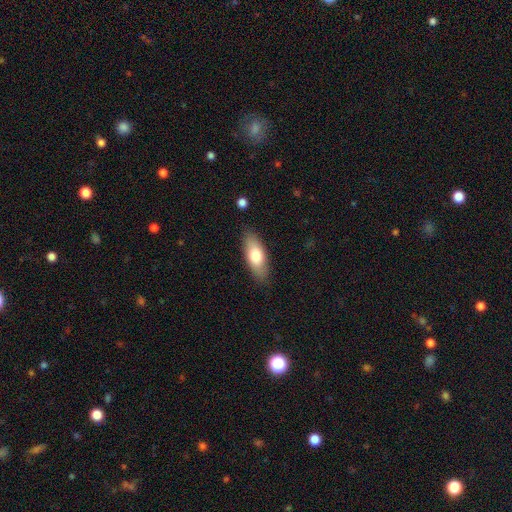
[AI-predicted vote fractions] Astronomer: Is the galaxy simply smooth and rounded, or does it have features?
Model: smooth — 73%.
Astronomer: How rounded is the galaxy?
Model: in between — 77%.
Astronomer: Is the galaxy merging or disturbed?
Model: none — 84%.